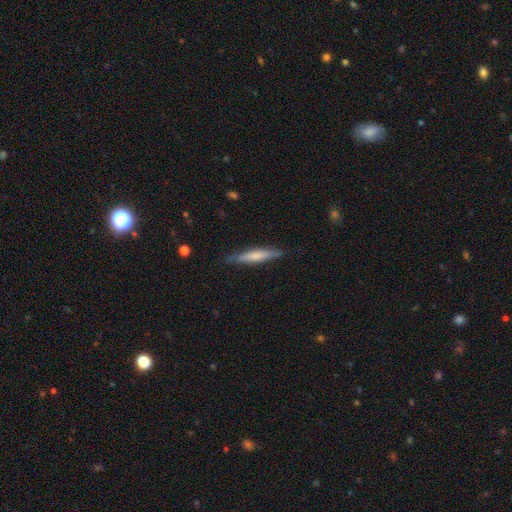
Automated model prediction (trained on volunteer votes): Smooth or featured: smooth — 56% (featured or disk — 39%)
How rounded: cigar-shaped — 92% (in between — 6%)
Merging: none — 86% (minor disturbance — 11%)